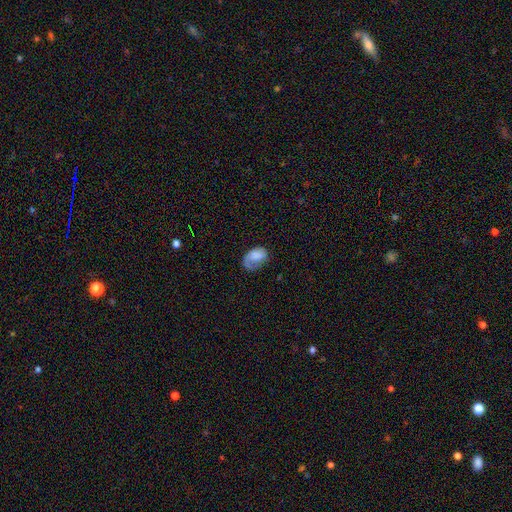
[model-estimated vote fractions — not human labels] Q: Smooth or featured?
A: smooth (54%); runner-up: featured or disk (39%)
Q: How rounded?
A: in between (84%); runner-up: round (15%)
Q: Merging?
A: none (42%); runner-up: major disturbance (28%)